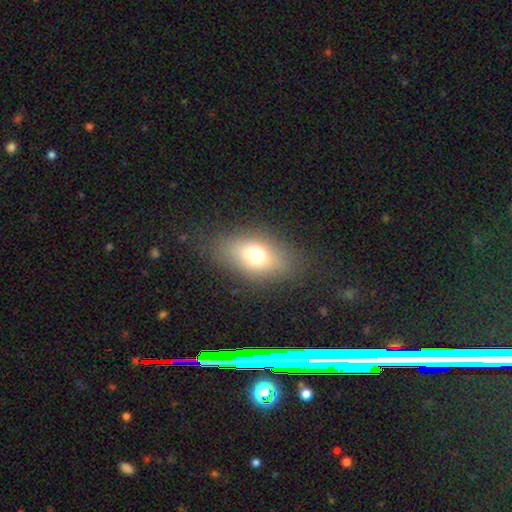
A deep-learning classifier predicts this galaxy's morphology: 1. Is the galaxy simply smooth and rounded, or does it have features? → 67% smooth, 18% featured or disk, 15% star or artifact.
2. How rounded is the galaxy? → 76% in between, 21% round, 3% cigar-shaped.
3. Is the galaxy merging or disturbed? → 81% none, 12% minor disturbance, 7% major disturbance, 1% merger.